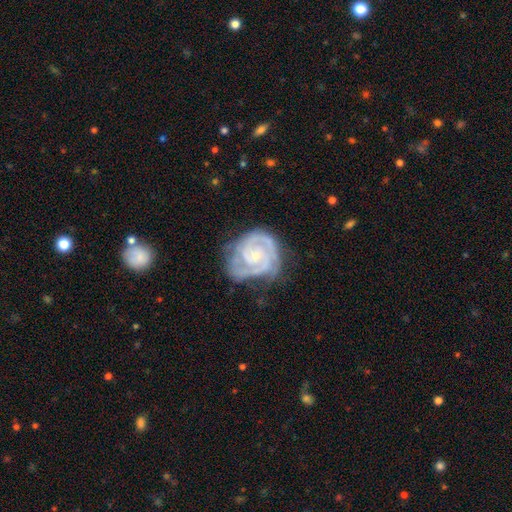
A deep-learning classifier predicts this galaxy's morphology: type=featured or disk (90%); edge-on=no (98%); bar=no (68%); spiral arms=yes (98%); winding=tight (68%); arm count=2 (51%); bulge=small (74%); merging=none (61%).